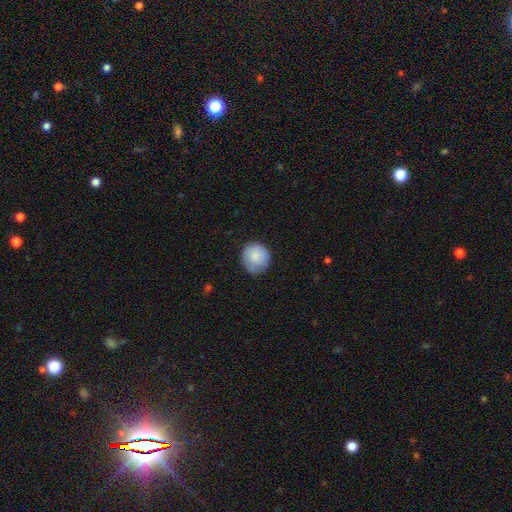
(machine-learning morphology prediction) The model was most divided on "merging": none: 70%, minor disturbance: 24%, major disturbance: 5%, merger: 1%. More confident: how rounded — round (86%); smooth or featured — smooth (82%).